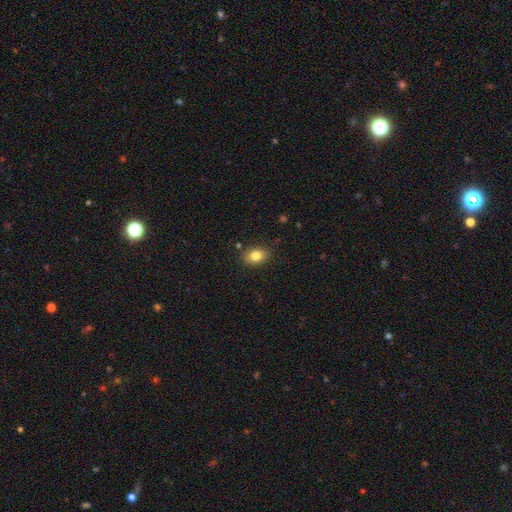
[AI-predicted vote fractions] A smooth galaxy with no disk features (82%) that is in between round and cigar-shaped (78%).

Vote fractions:
- Smooth or featured? smooth: 82% / star or artifact: 9% / featured or disk: 9%
- How rounded? in between: 78% / round: 21% / cigar-shaped: 1%
- Merging? none: 84% / minor disturbance: 12% / major disturbance: 3% / merger: 2%